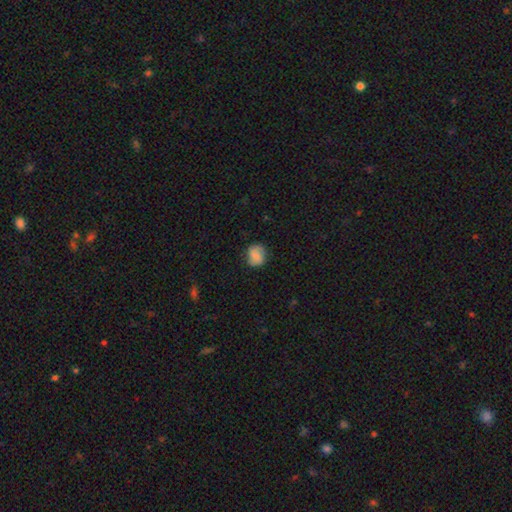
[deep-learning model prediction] A smooth galaxy with no disk features (64%) that is round (74%).

Vote fractions:
- Smooth or featured? smooth: 64% / featured or disk: 27% / star or artifact: 8%
- How rounded? round: 74% / in between: 25% / cigar-shaped: 1%
- Merging? none: 78% / minor disturbance: 16% / major disturbance: 5% / merger: 1%